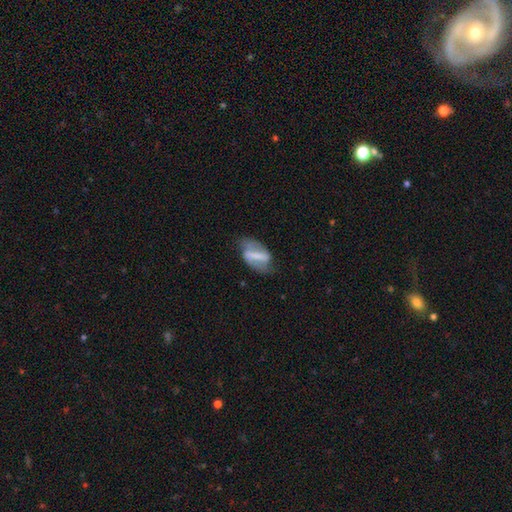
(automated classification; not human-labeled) Q: Smooth or featured?
A: featured or disk (67%); runner-up: smooth (26%)
Q: Edge-on disk?
A: no (93%); runner-up: yes (7%)
Q: Bar?
A: strong (72%); runner-up: weak (20%)
Q: Spiral arms?
A: yes (67%); runner-up: no (33%)
Q: Bulge size?
A: none (37%); runner-up: small (33%)
Q: Merging?
A: none (63%); runner-up: minor disturbance (24%)